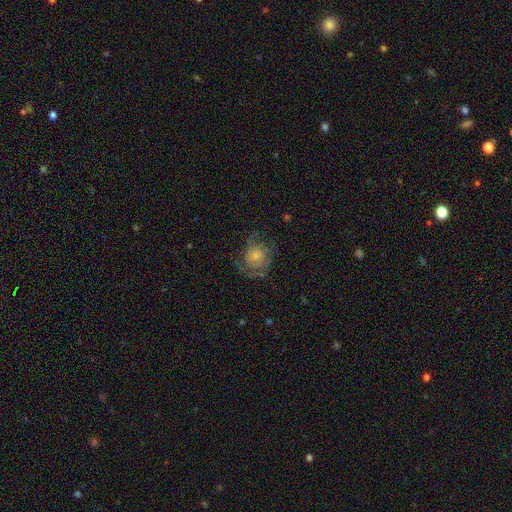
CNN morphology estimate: Smooth or featured: featured or disk — 66% (smooth — 23%)
Edge-on disk: no — 97% (yes — 3%)
Bar: no — 78% (weak — 19%)
Spiral arms: yes — 87% (no — 13%)
Spiral winding: tight — 44% (medium — 40%)
Spiral arm count: 2 — 44% (can't tell — 28%)
Bulge size: small — 46% (moderate — 39%)
Merging: none — 64% (minor disturbance — 19%)